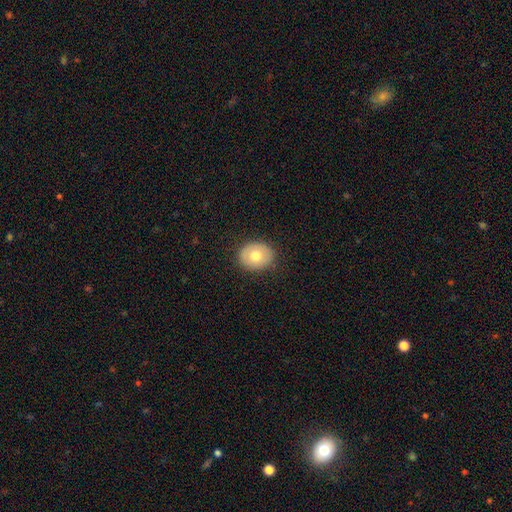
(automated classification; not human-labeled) smooth_or_featured: smooth (p=0.69) [alt: featured or disk p=0.23]
how_rounded: round (p=0.57) [alt: in between p=0.42]
merging: none (p=0.87) [alt: minor disturbance p=0.09]